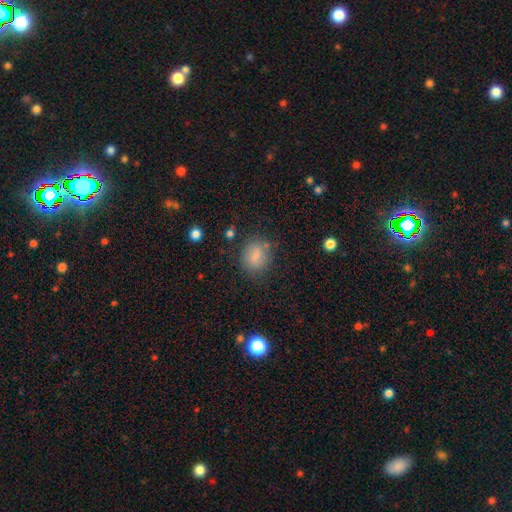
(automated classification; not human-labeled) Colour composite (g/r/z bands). It shows a smooth galaxy with no disk features (80%) that is in between round and cigar-shaped (51%). Merging: none (76%).